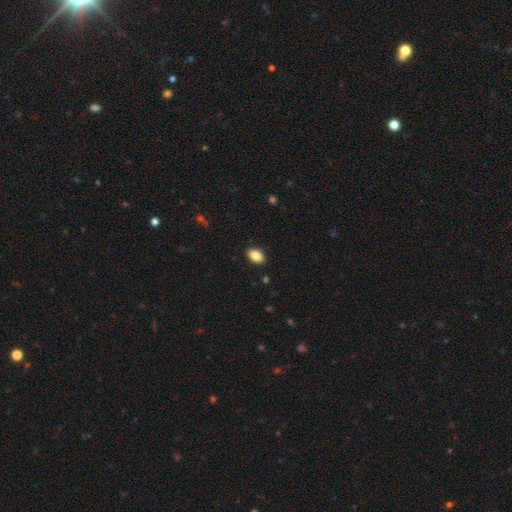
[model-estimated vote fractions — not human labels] smooth 86%, star or artifact 8%, featured or disk 6%. Down the decision tree: how rounded — in between (85%); merging — none (89%).